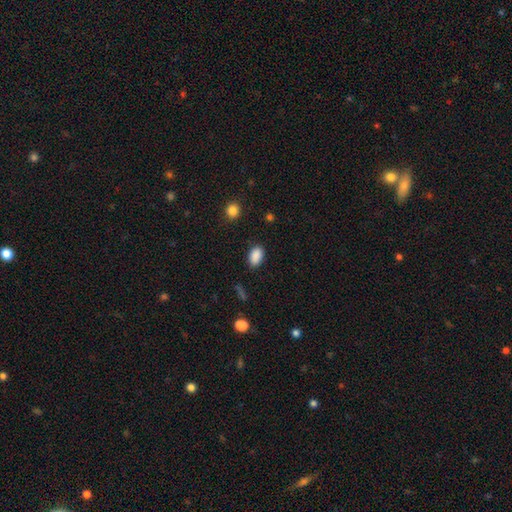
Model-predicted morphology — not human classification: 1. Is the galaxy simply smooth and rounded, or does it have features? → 89% smooth, 8% star or artifact, 3% featured or disk.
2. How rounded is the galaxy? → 89% in between, 10% round, 2% cigar-shaped.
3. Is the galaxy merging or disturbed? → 84% none, 11% minor disturbance, 3% major disturbance, 1% merger.